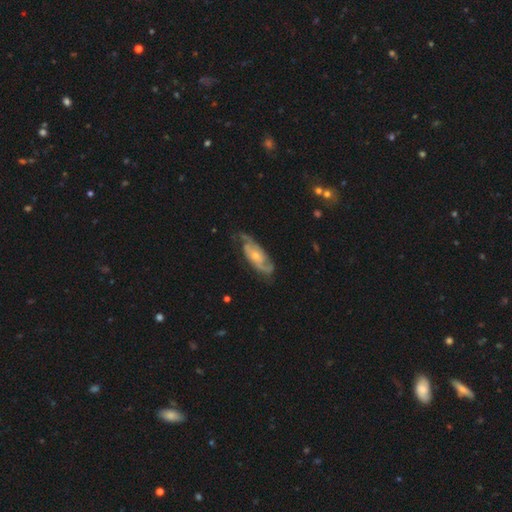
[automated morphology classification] Smooth or featured? featured or disk (83%)
Edge-on disk? no (91%)
Bar? no (67%)
Spiral arms? yes (94%)
Spiral winding? medium (44%)
Spiral arm count? 2 (75%)
Bulge size? small (53%)
Merging? none (69%)